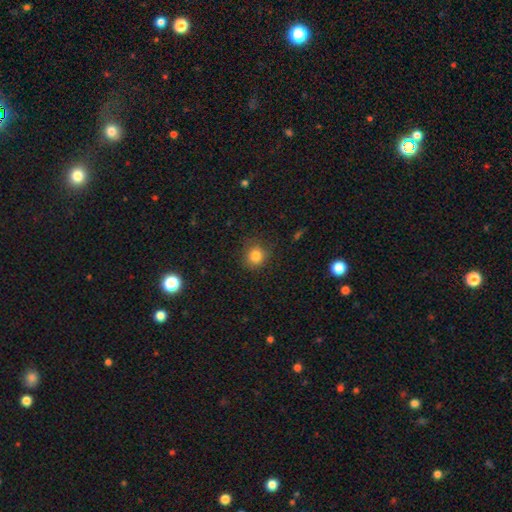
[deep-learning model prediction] Q: Smooth or featured?
A: smooth (83%); runner-up: star or artifact (12%)
Q: How rounded?
A: round (87%); runner-up: in between (12%)
Q: Merging?
A: none (84%); runner-up: minor disturbance (11%)